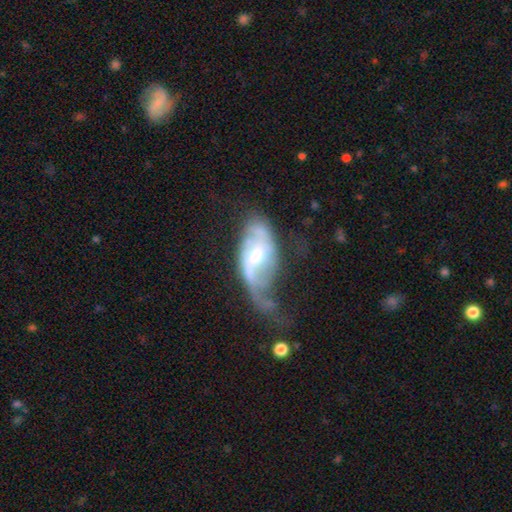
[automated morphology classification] Smooth or featured: featured or disk — 75% (smooth — 18%)
Edge-on disk: no — 93% (yes — 7%)
Bar: weak — 51% (no — 28%)
Spiral arms: yes — 82% (no — 18%)
Spiral winding: loose — 55% (medium — 31%)
Spiral arm count: 2 — 51% (1 — 27%)
Bulge size: moderate — 54% (small — 36%)
Merging: major disturbance — 44% (none — 26%)